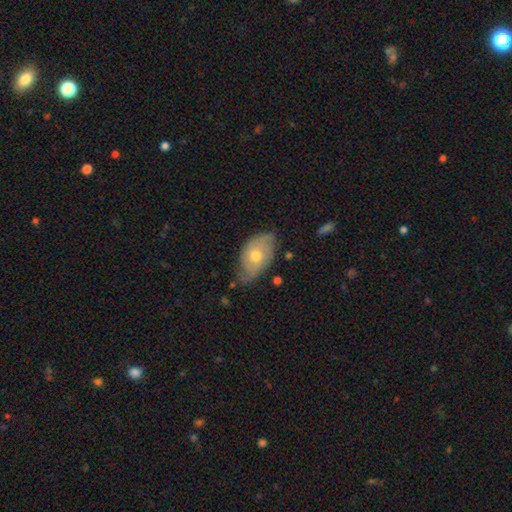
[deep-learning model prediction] This appears to be a featured or disk galaxy (47%). Merging: none (60%).